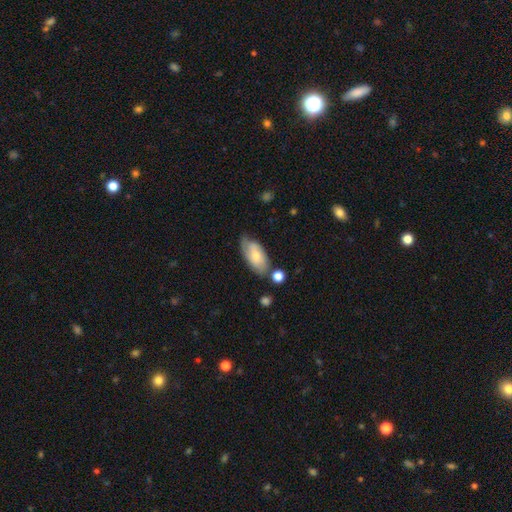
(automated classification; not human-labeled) Q: Smooth or featured?
A: smooth (56%); runner-up: featured or disk (38%)
Q: How rounded?
A: in between (91%); runner-up: cigar-shaped (6%)
Q: Merging?
A: none (57%); runner-up: minor disturbance (27%)